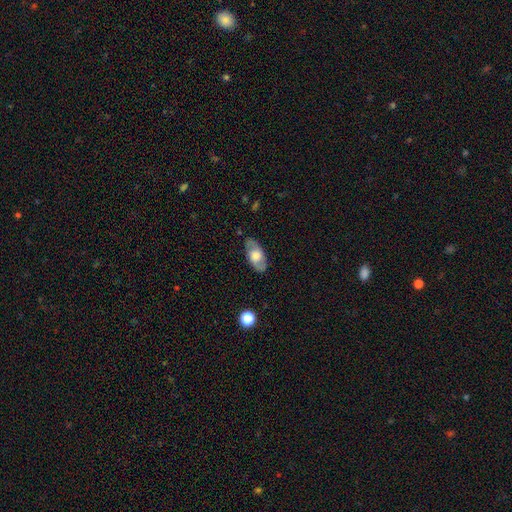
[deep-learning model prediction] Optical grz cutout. It shows a featured or disk galaxy (49%). Merging: none (80%).